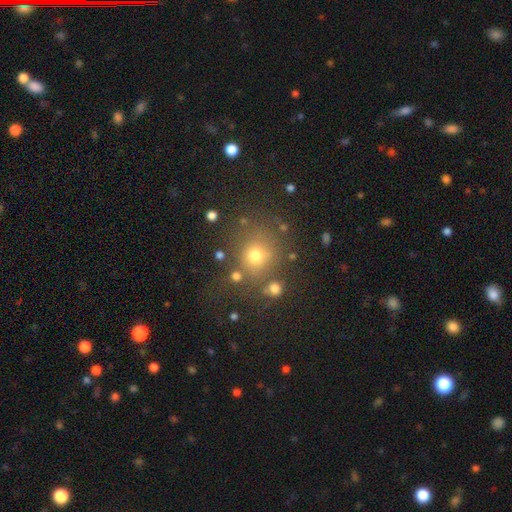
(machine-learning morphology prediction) Overall: smooth (70%). How rounded: round (84%). Merging: none (72%).